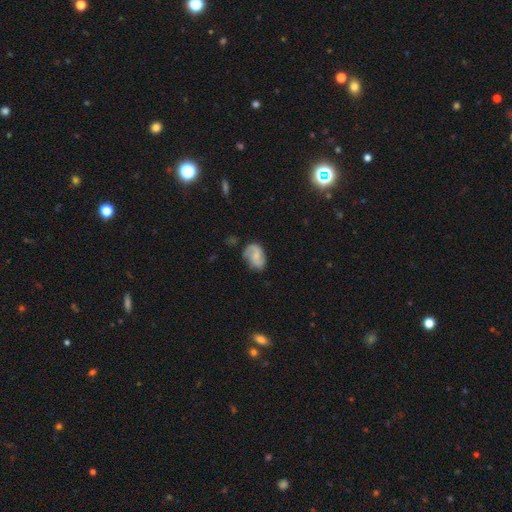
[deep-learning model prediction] This appears to be a featured or disk galaxy (60%) with no bar (54%), 2 (80%) loose (43%) spiral arms (91%) and a small central bulge (39%). Merging: none (64%).